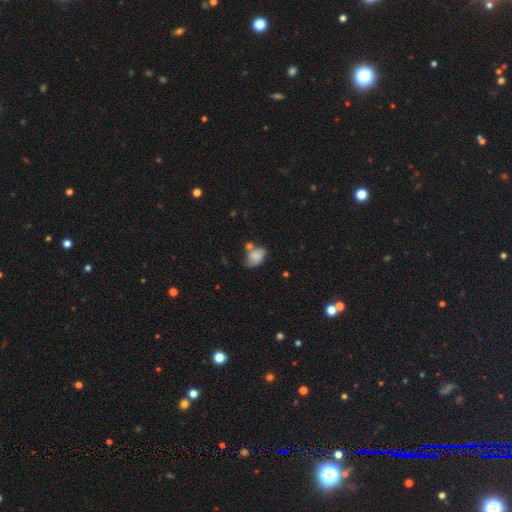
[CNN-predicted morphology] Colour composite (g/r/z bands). It shows a smooth galaxy with no disk features (76%) that is in between round and cigar-shaped (80%). Merging: none (41%).